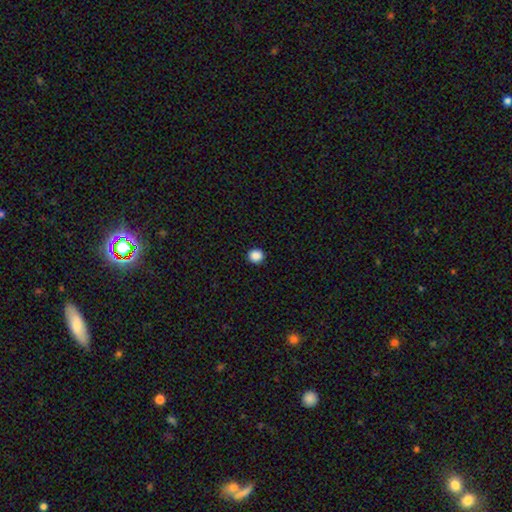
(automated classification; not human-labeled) This appears to be a smooth galaxy with no disk features (87%) that is round (94%). Merging: none (93%).